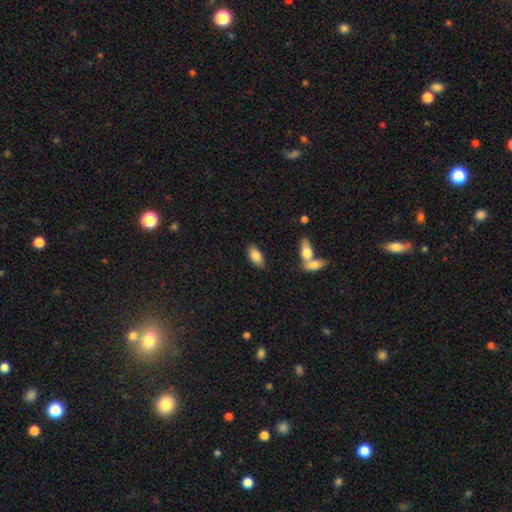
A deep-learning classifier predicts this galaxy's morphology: Smooth or featured: smooth — 83% (featured or disk — 10%)
How rounded: in between — 92% (cigar-shaped — 4%)
Merging: none — 77% (minor disturbance — 12%)